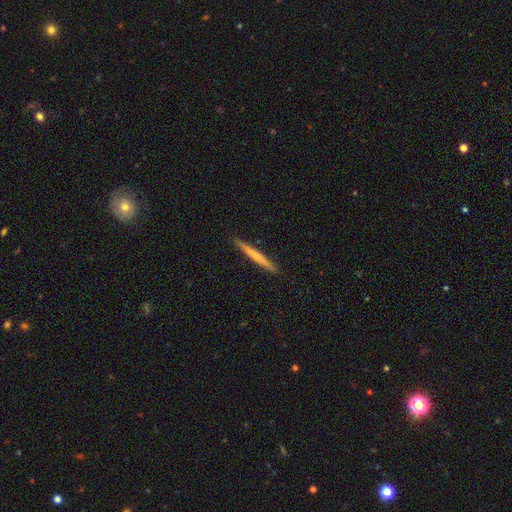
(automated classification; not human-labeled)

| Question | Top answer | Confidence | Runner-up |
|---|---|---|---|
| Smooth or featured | smooth | 57% | featured or disk (37%) |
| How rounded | cigar-shaped | 97% | in between (2%) |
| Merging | none | 92% | minor disturbance (6%) |